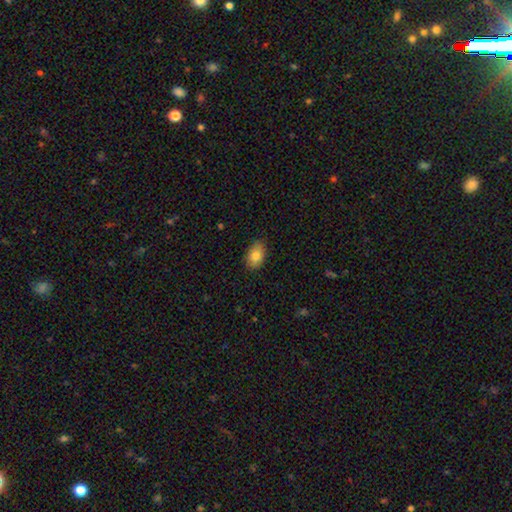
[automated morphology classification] smooth_or_featured: smooth (p=0.81) [alt: featured or disk p=0.11]
how_rounded: in between (p=0.87) [alt: round p=0.12]
merging: none (p=0.85) [alt: minor disturbance p=0.12]